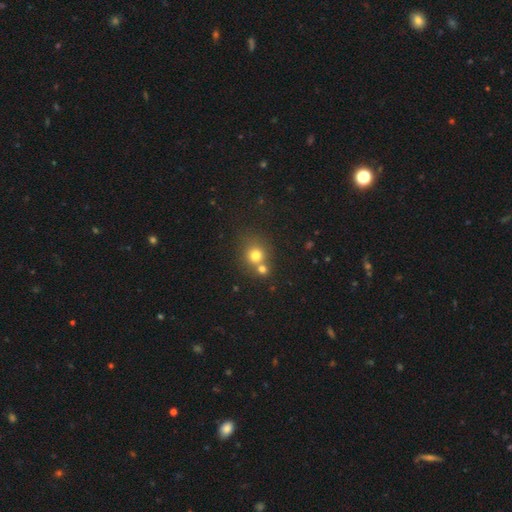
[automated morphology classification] smooth-or-featured: smooth: 74% | star or artifact: 15% | featured or disk: 11%
  how-rounded: round: 84% | in between: 15% | cigar-shaped: 1%
  merging: none: 52% | merger: 37% | minor disturbance: 8% | major disturbance: 3%